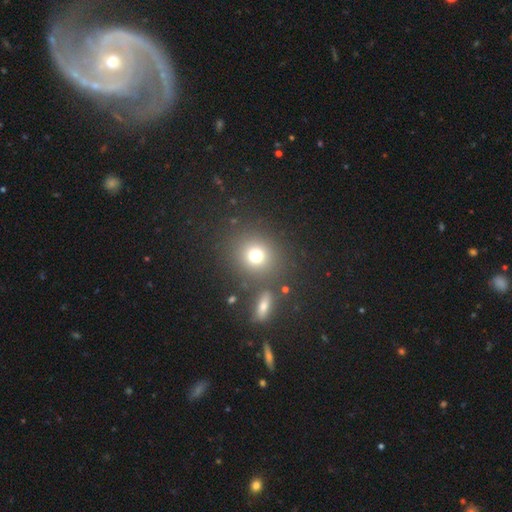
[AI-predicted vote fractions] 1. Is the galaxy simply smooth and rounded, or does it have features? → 74% smooth, 16% star or artifact, 10% featured or disk.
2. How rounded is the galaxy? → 84% round, 15% in between, 1% cigar-shaped.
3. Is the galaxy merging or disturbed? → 77% none, 10% merger, 8% minor disturbance, 4% major disturbance.